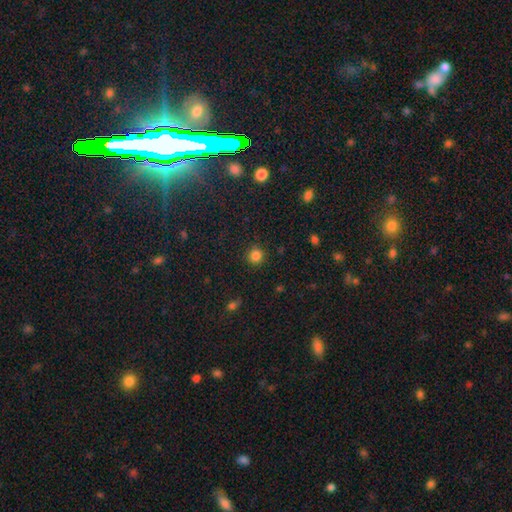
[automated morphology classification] Smooth or featured: smooth — 83% (star or artifact — 13%)
How rounded: round — 92% (in between — 7%)
Merging: none — 89% (minor disturbance — 7%)